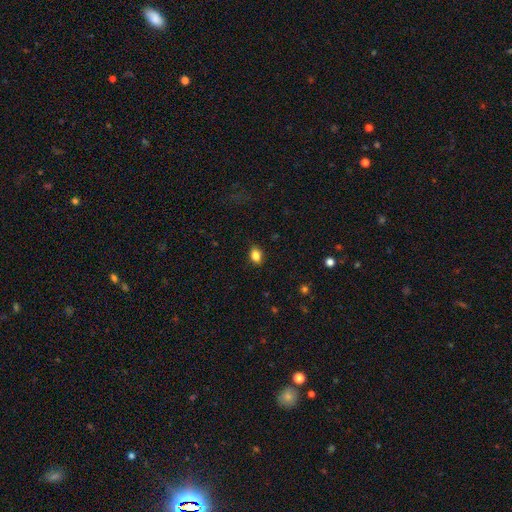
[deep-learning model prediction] Q: Smooth or featured?
A: smooth (85%); runner-up: star or artifact (10%)
Q: How rounded?
A: in between (67%); runner-up: round (32%)
Q: Merging?
A: none (87%); runner-up: minor disturbance (10%)